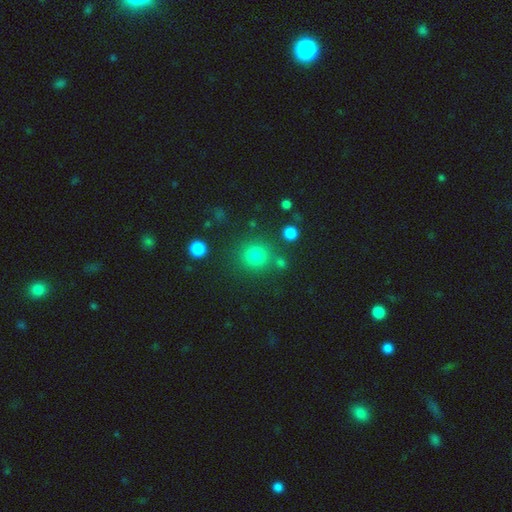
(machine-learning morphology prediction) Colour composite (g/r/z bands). It shows a smooth galaxy with no disk features (79%) that is round (90%). Merging: none (81%).